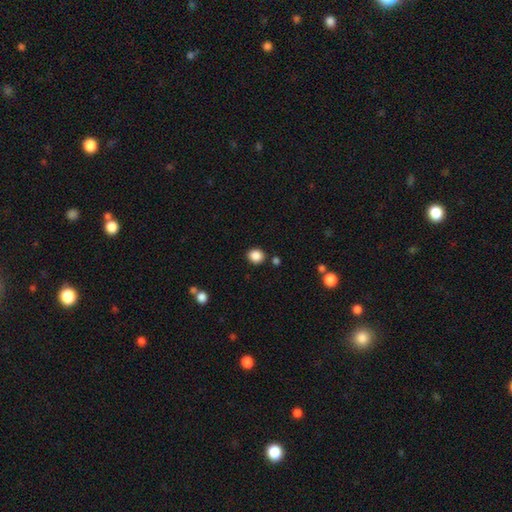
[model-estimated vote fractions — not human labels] A smooth galaxy with no disk features (87%) that is round (76%). Merging: none (85%).